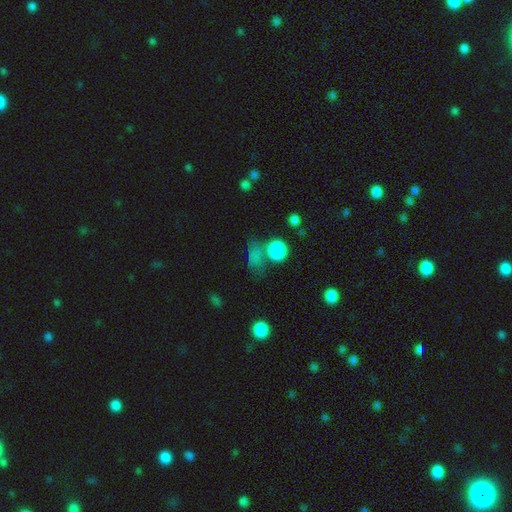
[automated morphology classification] A smooth galaxy with no disk features (75%) that is round (49%). Merging: none (45%).